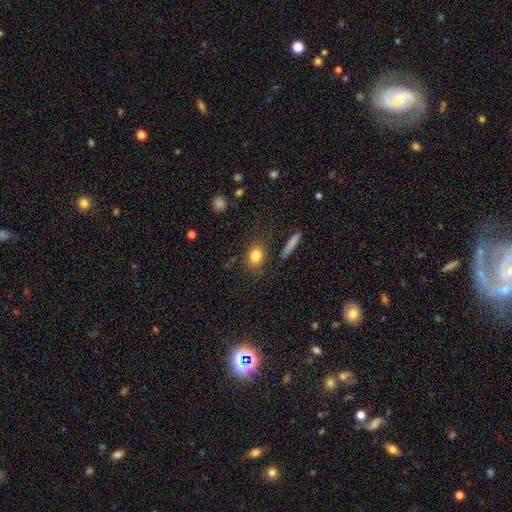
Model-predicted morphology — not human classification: This appears to be a smooth galaxy with no disk features (82%) that is in between round and cigar-shaped (60%). Merging: none (81%).